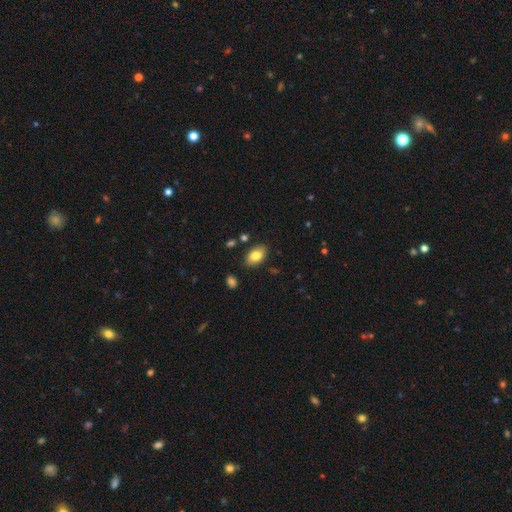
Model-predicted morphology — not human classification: Smooth or featured? smooth (81%)
How rounded? in between (91%)
Merging? none (84%)